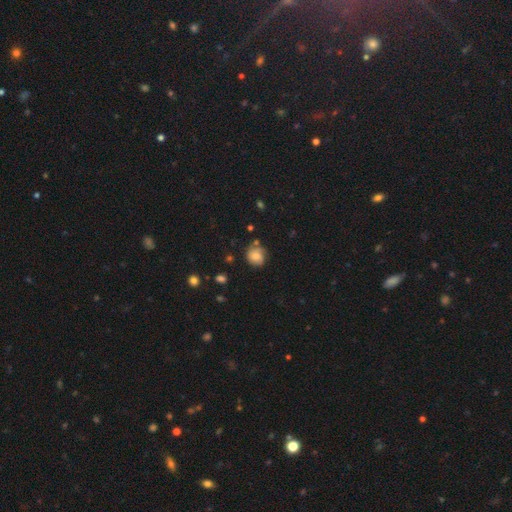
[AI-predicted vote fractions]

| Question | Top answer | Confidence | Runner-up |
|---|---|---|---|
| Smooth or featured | smooth | 65% | featured or disk (25%) |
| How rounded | round | 81% | in between (18%) |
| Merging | none | 66% | minor disturbance (22%) |